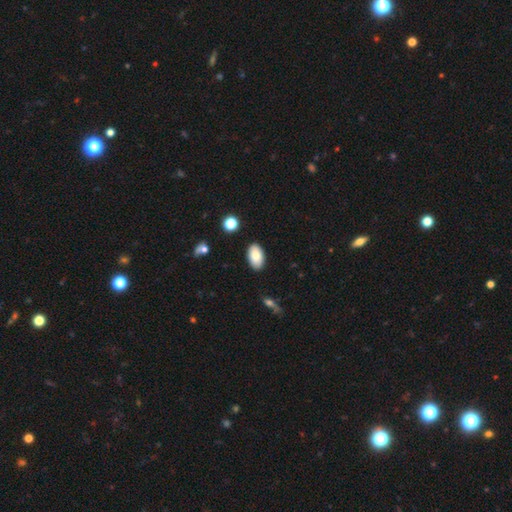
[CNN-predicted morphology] Q: Smooth or featured?
A: smooth (85%); runner-up: featured or disk (8%)
Q: How rounded?
A: in between (95%); runner-up: round (4%)
Q: Merging?
A: none (88%); runner-up: minor disturbance (8%)